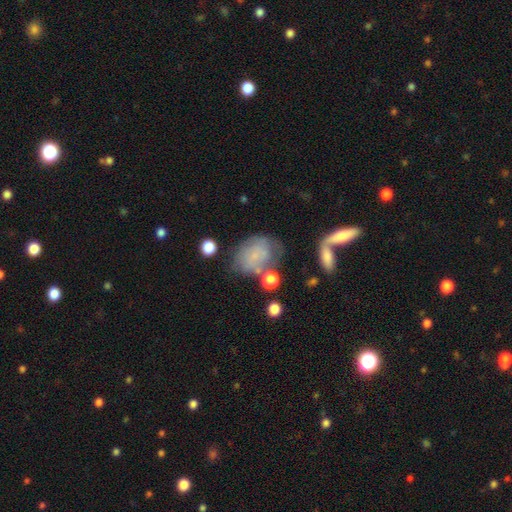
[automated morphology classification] Smooth or featured?
  - smooth: 61% *
  - featured or disk: 27%
  - star or artifact: 11%
How rounded?
  - in between: 63% *
  - round: 35%
  - cigar-shaped: 2%
Merging?
  - none: 44% *
  - minor disturbance: 25%
  - major disturbance: 18%
  - merger: 13%